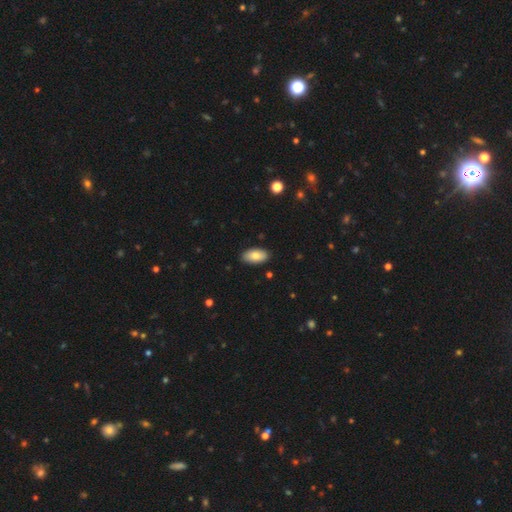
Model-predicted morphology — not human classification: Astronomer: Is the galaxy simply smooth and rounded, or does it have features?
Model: smooth — 82%.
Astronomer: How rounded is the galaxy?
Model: in between — 93%.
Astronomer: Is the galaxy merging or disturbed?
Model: none — 88%.